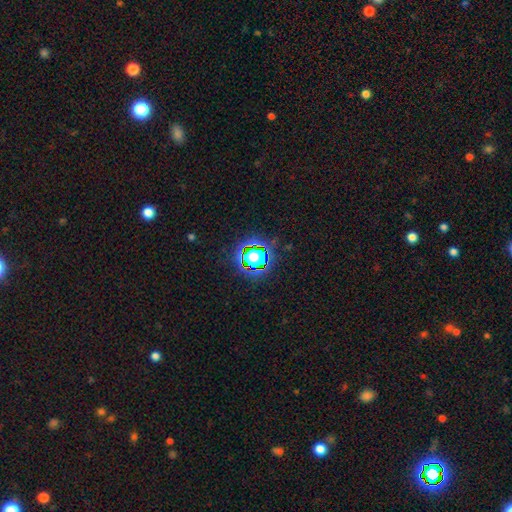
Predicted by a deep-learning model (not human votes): Overall: star or artifact (59%; smooth 28%).